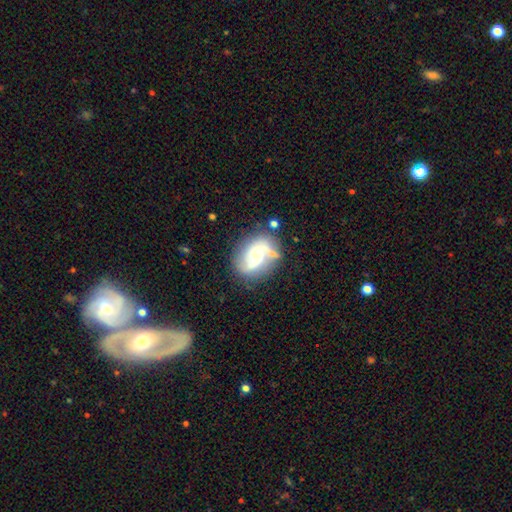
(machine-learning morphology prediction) Overall: featured or disk (75%). Edge-on disk: no (97%). Bar: no (54%; weak 37%). Spiral arms: yes (90%). Spiral arm count: 2 (80%). Spiral winding: medium (45%; loose 38%). Bulge size: moderate (47%; small 42%). Merging: none (57%; minor disturbance 21%).